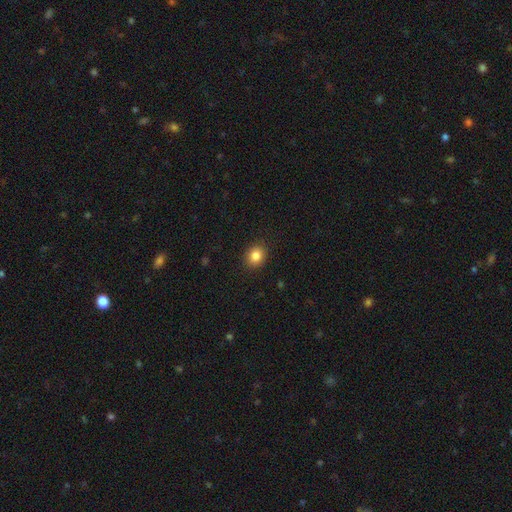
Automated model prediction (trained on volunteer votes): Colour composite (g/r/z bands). It shows a smooth galaxy with no disk features (84%) that is round (68%). Merging: none (90%).